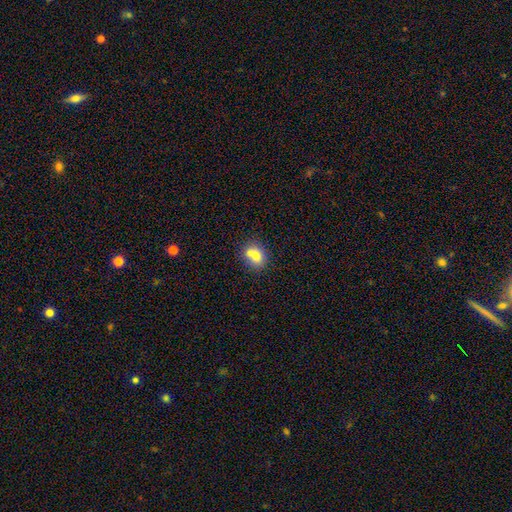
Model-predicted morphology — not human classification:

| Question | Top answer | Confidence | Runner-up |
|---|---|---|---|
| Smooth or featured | smooth | 71% | featured or disk (19%) |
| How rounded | round | 60% | in between (39%) |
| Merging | merger | 46% | none (41%) |